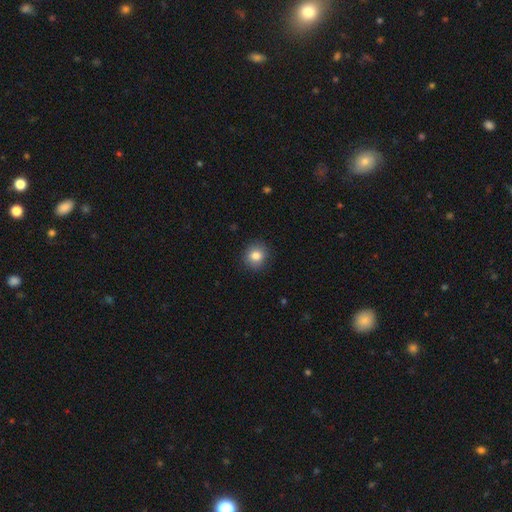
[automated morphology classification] smooth 84%, star or artifact 9%, featured or disk 7%. Down the decision tree: how rounded — round (79%); merging — none (89%).